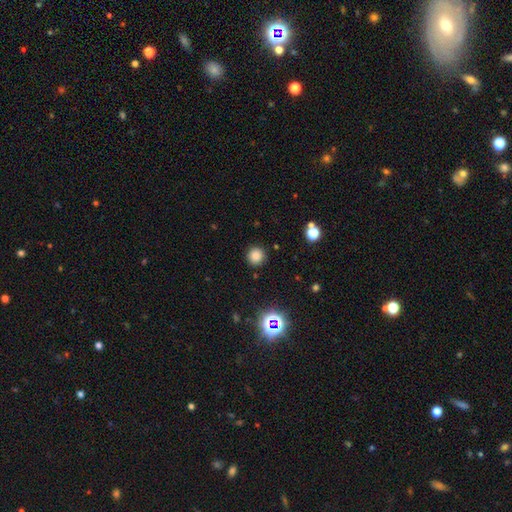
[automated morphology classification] smooth_or_featured: smooth (p=0.80) [alt: star or artifact p=0.15]
how_rounded: round (p=0.94) [alt: in between p=0.05]
merging: none (p=0.89) [alt: minor disturbance p=0.07]